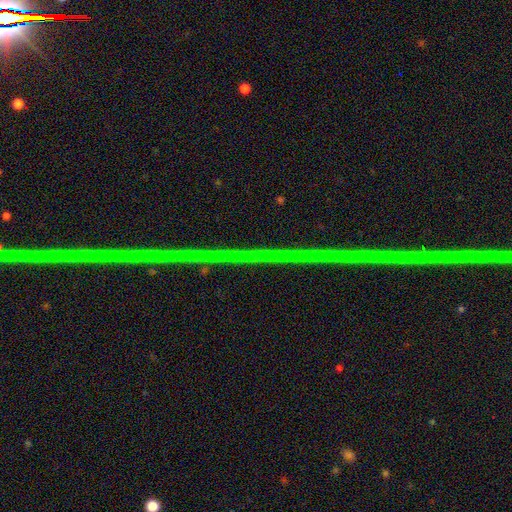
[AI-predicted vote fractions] This appears to be a star or artifact, not a galaxy (89%).